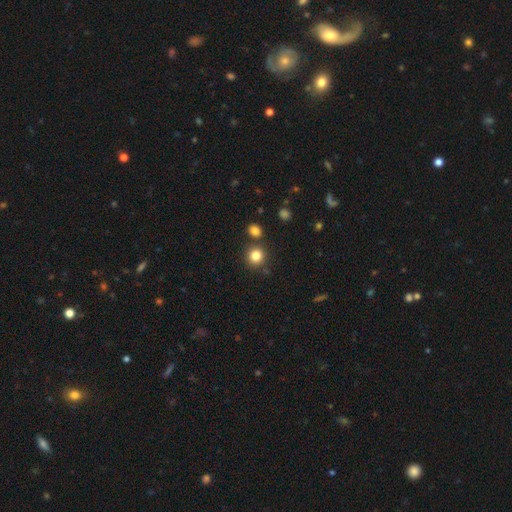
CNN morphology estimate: type=smooth (83%); roundness=round (90%); merging=none (81%).